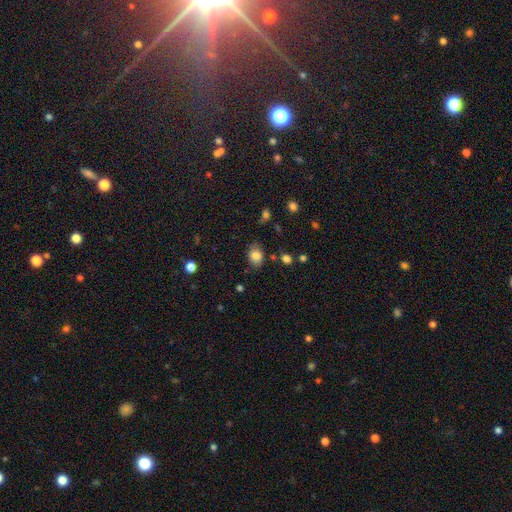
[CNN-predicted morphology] smooth_or_featured: smooth (p=0.83) [alt: star or artifact p=0.09]
how_rounded: in between (p=0.67) [alt: round p=0.32]
merging: none (p=0.76) [alt: minor disturbance p=0.17]